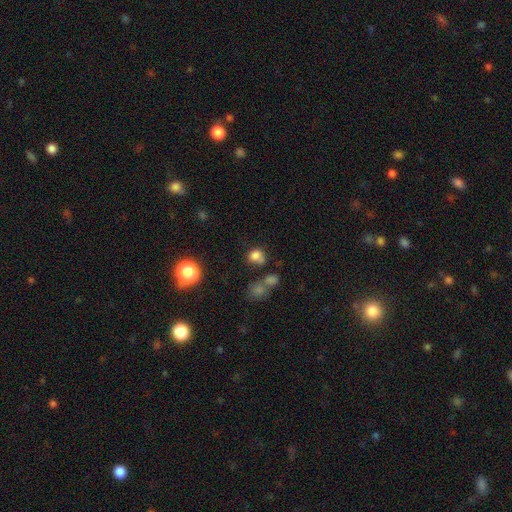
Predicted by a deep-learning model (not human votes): Smooth or featured?
  - smooth: 76% *
  - star or artifact: 16%
  - featured or disk: 8%
How rounded?
  - round: 67% *
  - in between: 32%
  - cigar-shaped: 1%
Merging?
  - none: 49% *
  - merger: 23%
  - minor disturbance: 18%
  - major disturbance: 10%